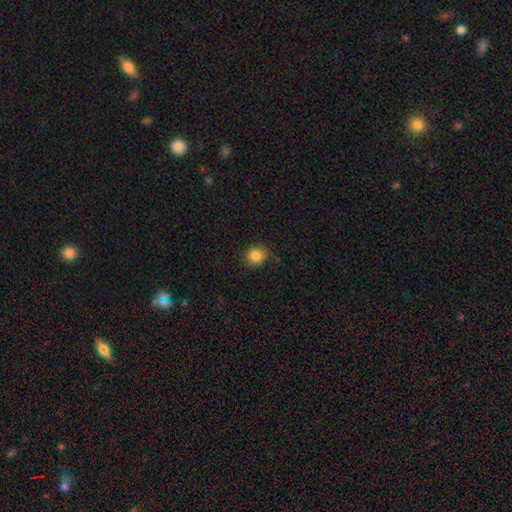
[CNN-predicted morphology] A smooth galaxy with no disk features (85%) that is round (69%). Merging: none (79%).